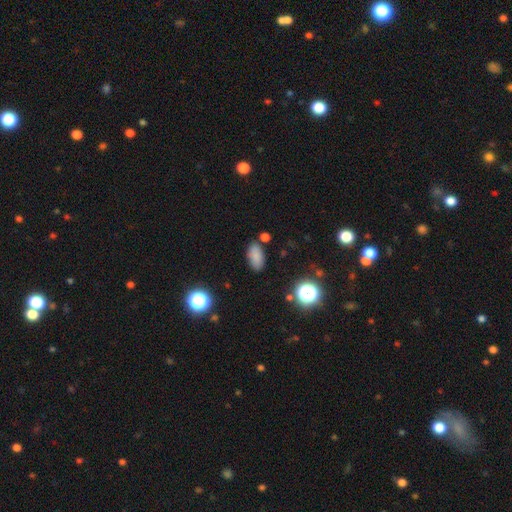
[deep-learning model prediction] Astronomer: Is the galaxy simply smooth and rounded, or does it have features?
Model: smooth — 81%.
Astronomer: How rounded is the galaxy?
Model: in between — 91%.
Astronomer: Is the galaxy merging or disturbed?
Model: none — 79%.